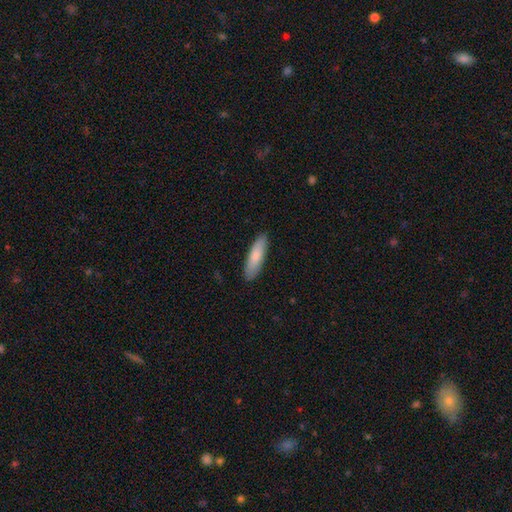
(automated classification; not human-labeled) This appears to be a smooth galaxy with no disk features (83%) that is cigar-shaped (63%). Merging: none (89%).